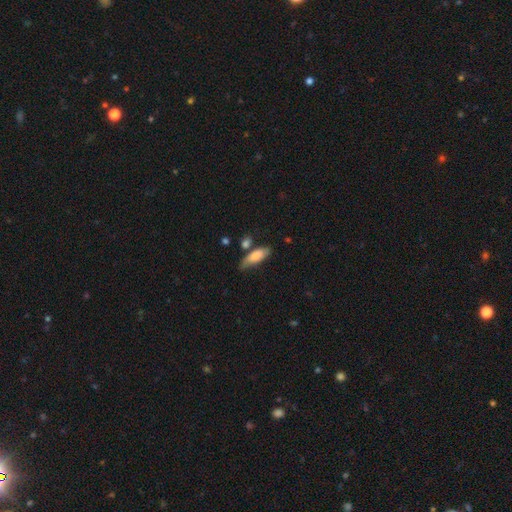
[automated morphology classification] The model was most divided on "merging": none: 55%, minor disturbance: 26%, merger: 11%, major disturbance: 8%. More confident: smooth or featured — smooth (79%); how rounded — in between (68%).